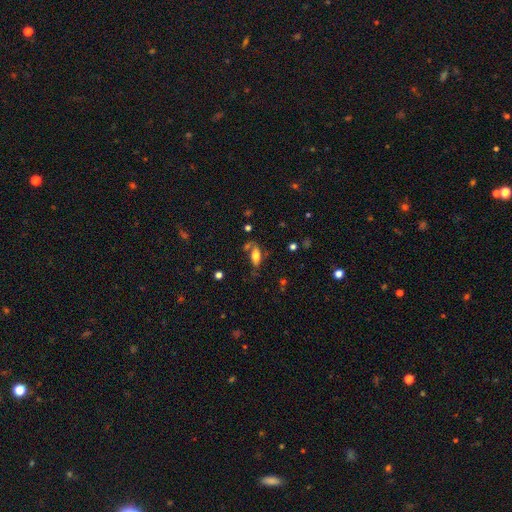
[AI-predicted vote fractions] Smooth or featured? smooth (67%)
How rounded? in between (82%)
Merging? none (55%)